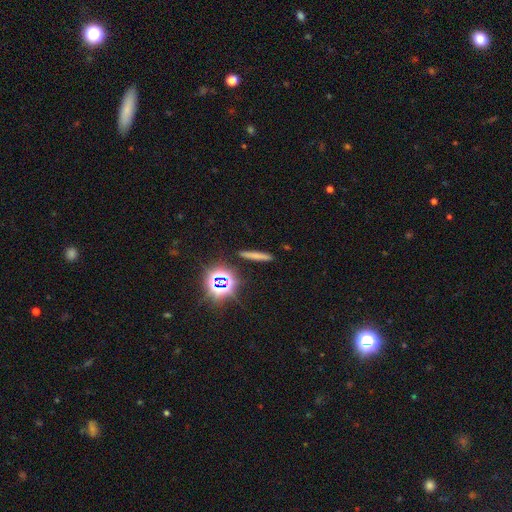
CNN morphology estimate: This appears to be a smooth galaxy with no disk features (63%) that is cigar-shaped (90%). Merging: none (89%).